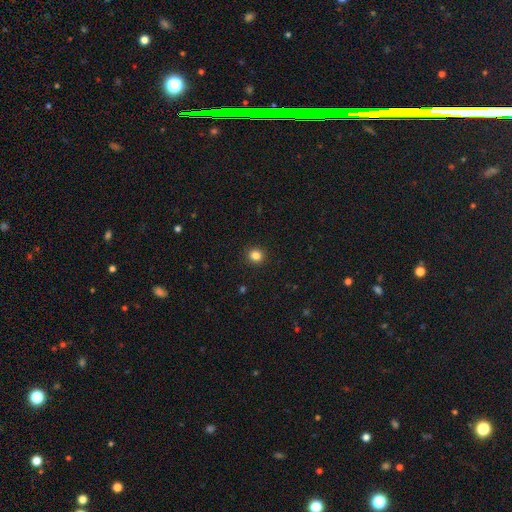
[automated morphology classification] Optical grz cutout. It shows a smooth galaxy with no disk features (83%) that is round (88%). Merging: none (93%).